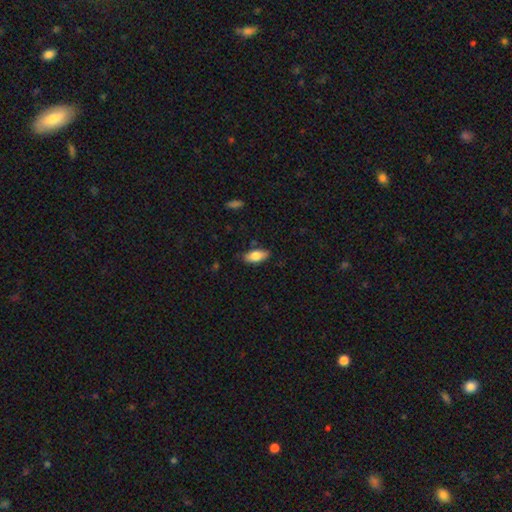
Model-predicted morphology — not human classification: smooth-or-featured: smooth: 79% | featured or disk: 14% | star or artifact: 7%
  how-rounded: in between: 87% | cigar-shaped: 11% | round: 3%
  merging: none: 83% | minor disturbance: 13% | major disturbance: 2% | merger: 2%